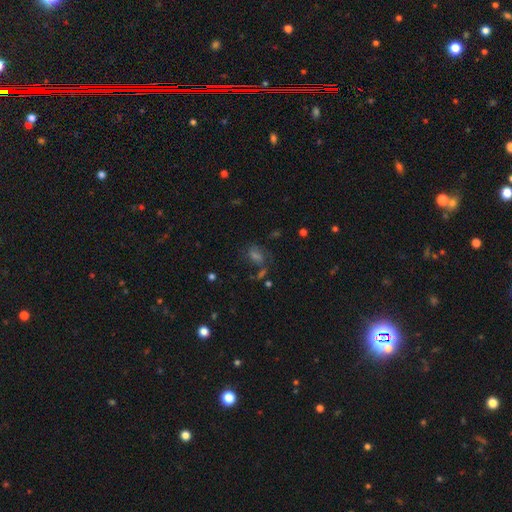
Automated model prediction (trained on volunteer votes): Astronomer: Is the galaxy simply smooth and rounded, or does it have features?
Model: star or artifact — 36% (runner-up: smooth, 35%).